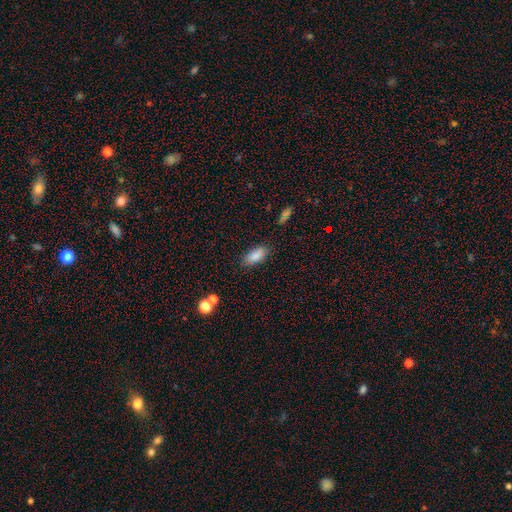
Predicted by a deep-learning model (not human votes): Morphology: type=smooth (86%); roundness=in between (85%); merging=none (82%).